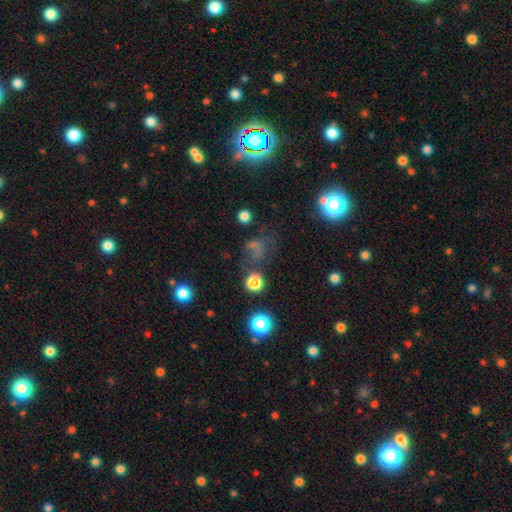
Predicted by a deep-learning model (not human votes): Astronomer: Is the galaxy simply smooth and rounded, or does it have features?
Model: star or artifact — 51% (runner-up: smooth, 34%).